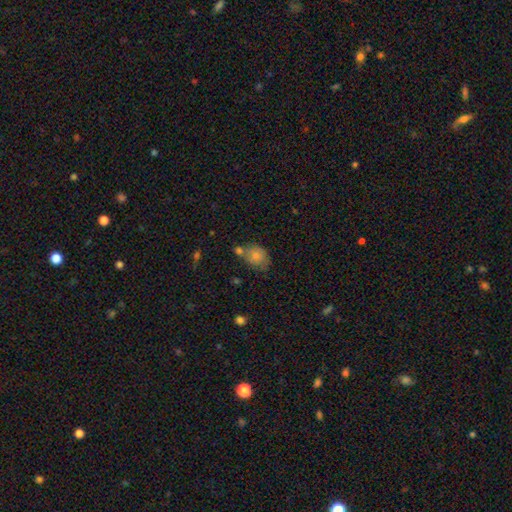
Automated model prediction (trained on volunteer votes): A smooth galaxy with no disk features (76%) that is in between round and cigar-shaped (60%). Merging: none (45%).